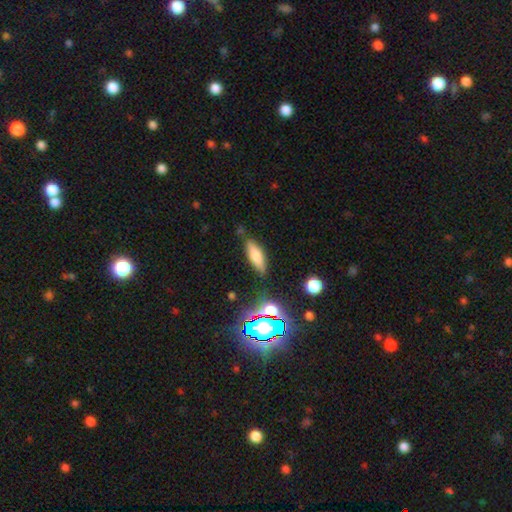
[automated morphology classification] This appears to be a smooth galaxy with no disk features (61%) that is in between round and cigar-shaped (49%). Merging: none (80%).